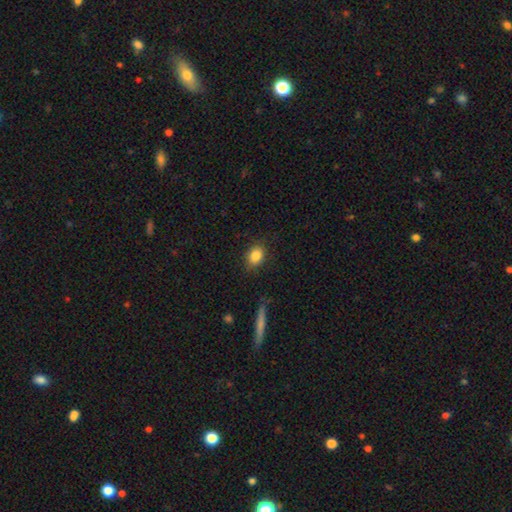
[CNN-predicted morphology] Smooth or featured?
  - smooth: 85% *
  - star or artifact: 9%
  - featured or disk: 6%
How rounded?
  - in between: 66% *
  - round: 32%
  - cigar-shaped: 2%
Merging?
  - none: 84% *
  - minor disturbance: 11%
  - major disturbance: 3%
  - merger: 1%